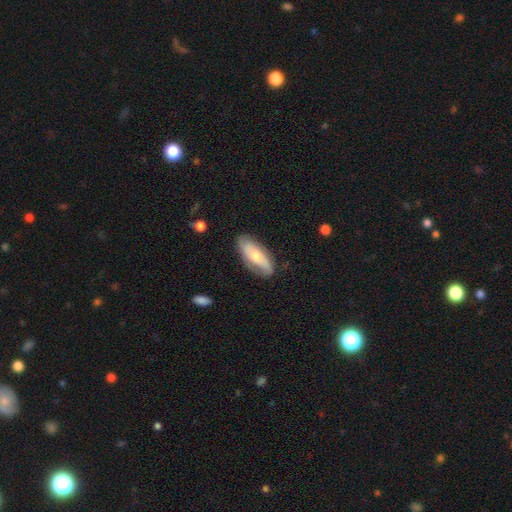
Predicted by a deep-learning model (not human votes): Smooth or featured: smooth — 49% (featured or disk — 46%)
Merging: none — 77% (minor disturbance — 17%)